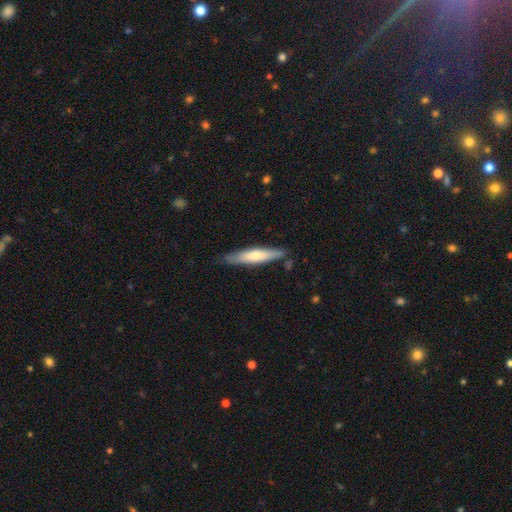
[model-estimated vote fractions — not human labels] Smooth or featured: smooth — 61% (featured or disk — 34%)
How rounded: cigar-shaped — 86% (in between — 13%)
Merging: none — 82% (minor disturbance — 14%)